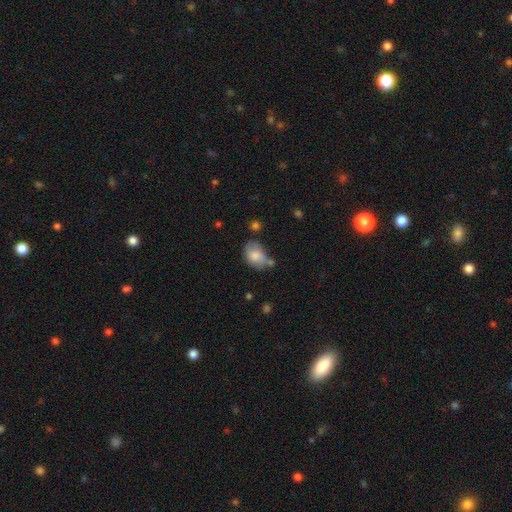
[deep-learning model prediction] Smooth or featured? Predicted: smooth (p=0.77). How rounded? Predicted: in between (p=0.71). Merging? Predicted: none (p=0.43).